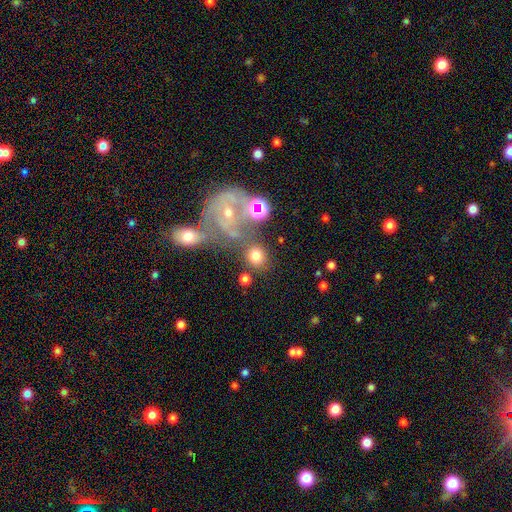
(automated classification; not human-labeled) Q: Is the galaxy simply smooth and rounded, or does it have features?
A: smooth — 69%.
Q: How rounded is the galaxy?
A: round — 81%.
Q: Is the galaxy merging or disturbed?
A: none — 64%.